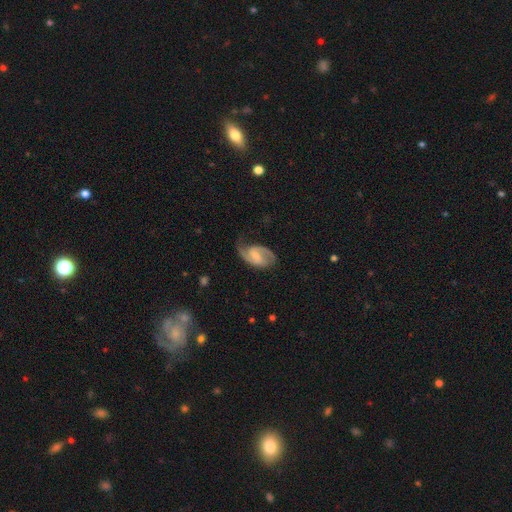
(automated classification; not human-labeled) Q: Smooth or featured?
A: featured or disk (85%); runner-up: smooth (10%)
Q: Edge-on disk?
A: no (97%); runner-up: yes (3%)
Q: Bar?
A: weak (55%); runner-up: no (23%)
Q: Spiral arms?
A: yes (97%); runner-up: no (3%)
Q: Spiral winding?
A: medium (54%); runner-up: tight (23%)
Q: Spiral arm count?
A: 2 (89%); runner-up: 1 (5%)
Q: Bulge size?
A: small (50%); runner-up: moderate (31%)
Q: Merging?
A: none (69%); runner-up: minor disturbance (20%)